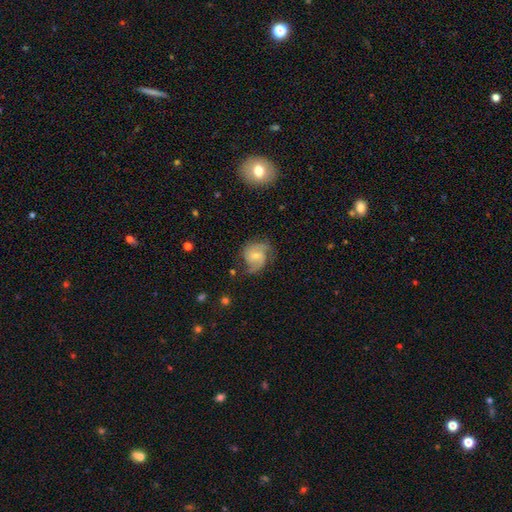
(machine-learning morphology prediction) smooth_or_featured: featured or disk (p=0.77) [alt: smooth p=0.16]
disk_edge_on: no (p=0.98) [alt: yes p=0.02]
bar: no (p=0.55) [alt: weak p=0.38]
has_spiral_arms: yes (p=0.95) [alt: no p=0.05]
spiral_winding: medium (p=0.50) [alt: tight p=0.28]
spiral_arm_count: 2 (p=0.65) [alt: 3 p=0.16]
bulge_size: small (p=0.60) [alt: moderate p=0.34]
merging: none (p=0.66) [alt: minor disturbance p=0.22]